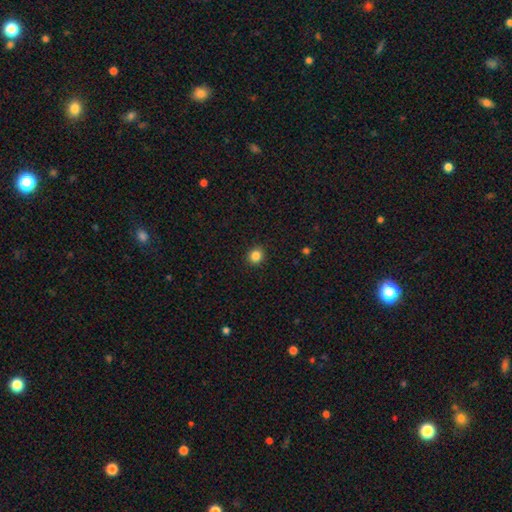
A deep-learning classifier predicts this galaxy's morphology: Smooth or featured? smooth (84%)
How rounded? round (88%)
Merging? none (92%)